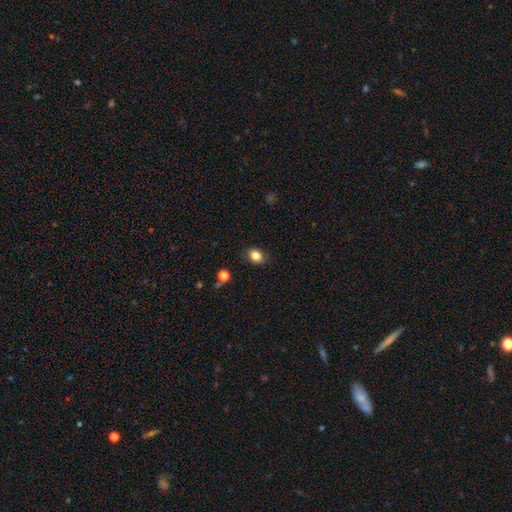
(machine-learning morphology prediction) The model was most divided on "how rounded": in between: 62%, round: 37%, cigar-shaped: 1%. More confident: smooth or featured — smooth (84%); merging — none (84%).